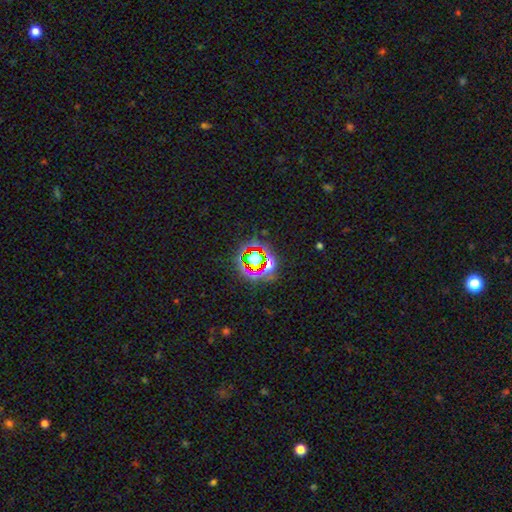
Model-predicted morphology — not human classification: star or artifact 67%, smooth 20%, featured or disk 13%.